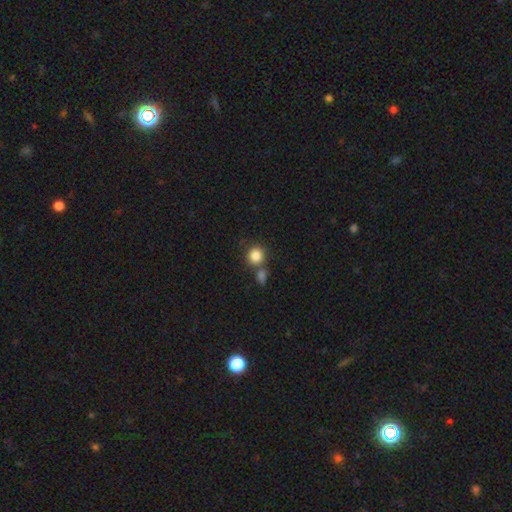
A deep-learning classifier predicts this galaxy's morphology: type=smooth (85%); roundness=round (89%); merging=none (60%).